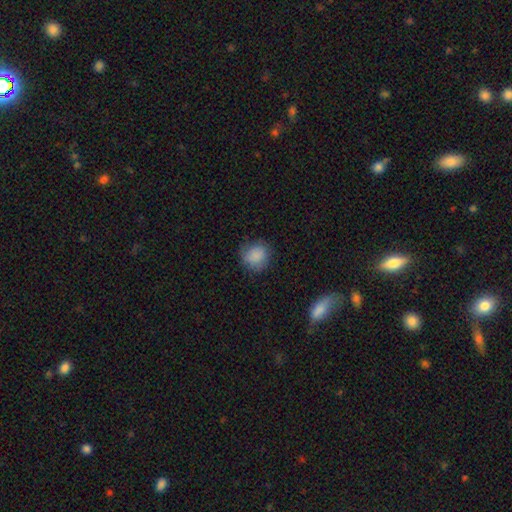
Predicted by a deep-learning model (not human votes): Smooth or featured? Predicted: smooth (p=0.85). How rounded? Predicted: round (p=0.84). Merging? Predicted: none (p=0.78).